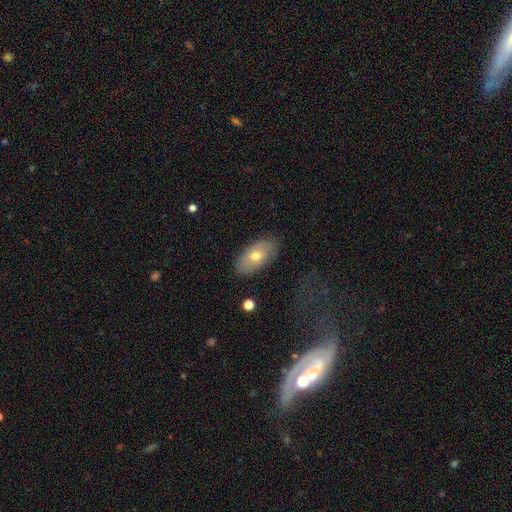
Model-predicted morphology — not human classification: This appears to be a smooth galaxy with no disk features (65%) that is in between round and cigar-shaped (93%). Merging: none (83%).